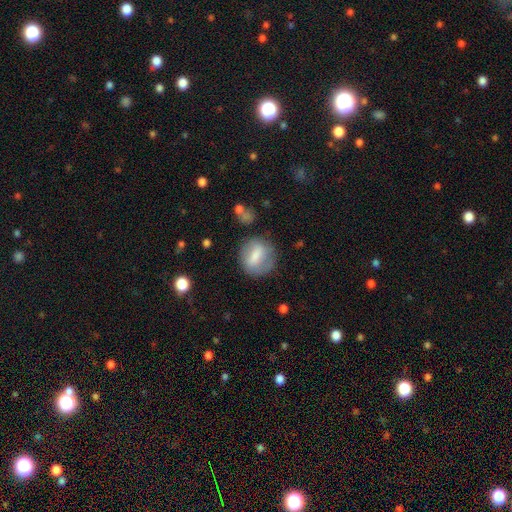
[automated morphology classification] smooth 64%, featured or disk 28%, star or artifact 7%. Down the decision tree: how rounded — round (64%); merging — none (71%).